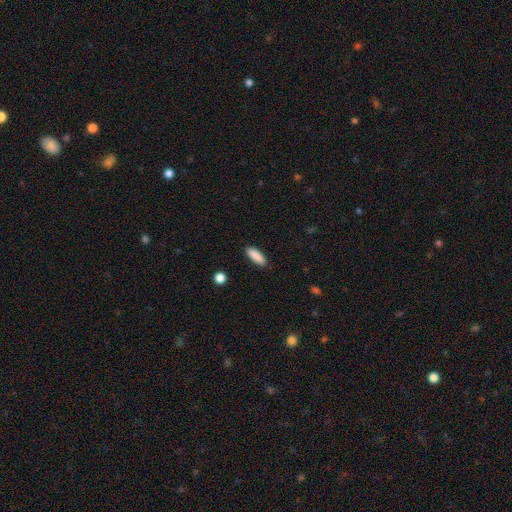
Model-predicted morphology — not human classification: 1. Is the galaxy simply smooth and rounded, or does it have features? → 89% smooth, 6% star or artifact, 5% featured or disk.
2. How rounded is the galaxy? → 56% in between, 42% cigar-shaped, 2% round.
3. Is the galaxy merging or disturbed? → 88% none, 9% minor disturbance, 2% major disturbance, 1% merger.